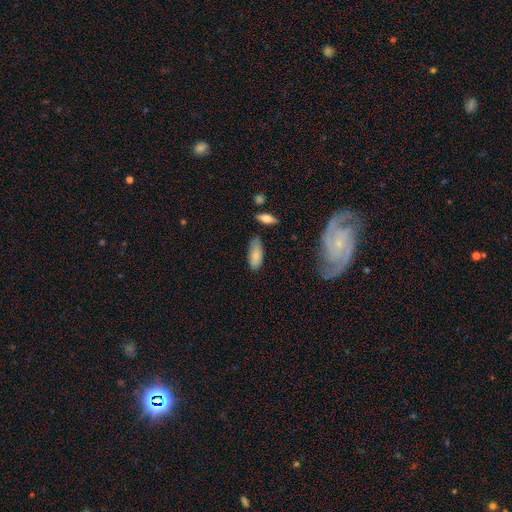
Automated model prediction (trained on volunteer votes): smooth-or-featured: smooth: 81% | featured or disk: 12% | star or artifact: 7%
  how-rounded: in between: 85% | cigar-shaped: 12% | round: 2%
  merging: none: 69% | minor disturbance: 23% | major disturbance: 4% | merger: 4%